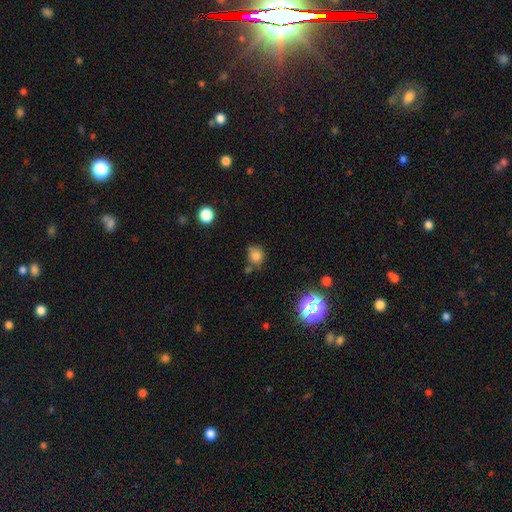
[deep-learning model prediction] A smooth galaxy with no disk features (78%) that is round (73%). Merging: none (62%).